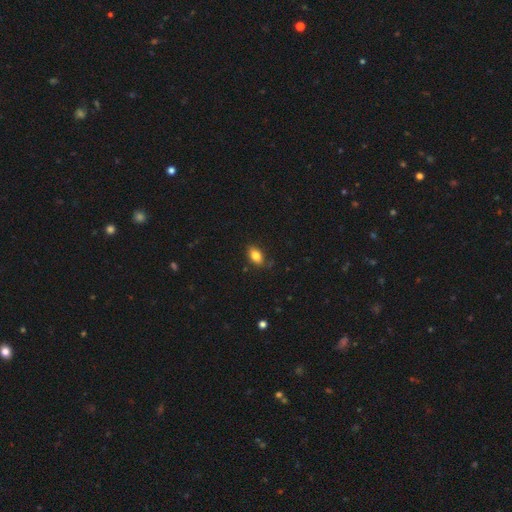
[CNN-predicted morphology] A smooth galaxy with no disk features (83%) that is in between round and cigar-shaped (88%).

Vote fractions:
- Smooth or featured? smooth: 83% / star or artifact: 9% / featured or disk: 8%
- How rounded? in between: 88% / round: 9% / cigar-shaped: 3%
- Merging? none: 81% / minor disturbance: 15% / major disturbance: 3% / merger: 2%